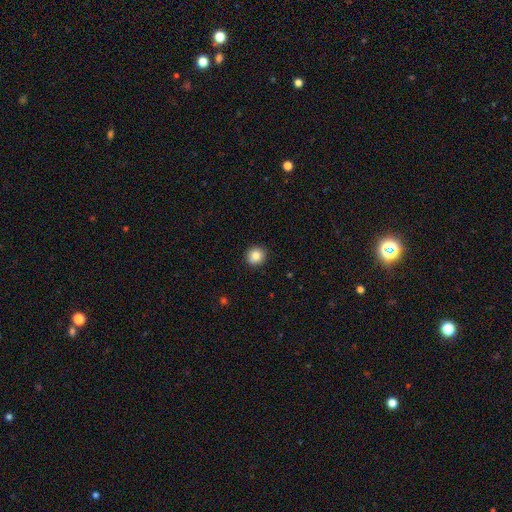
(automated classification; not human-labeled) This appears to be a smooth galaxy with no disk features (83%) that is round (92%). Merging: none (91%).